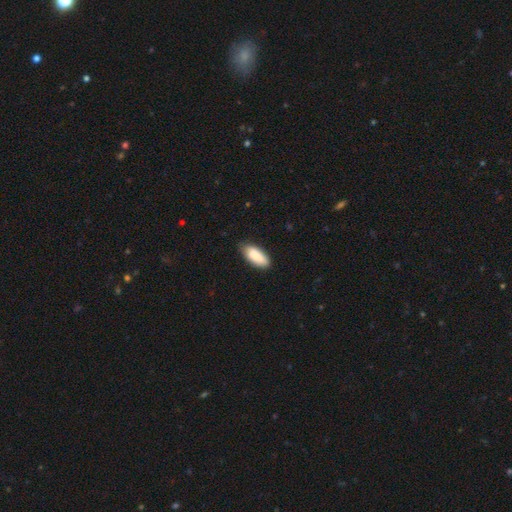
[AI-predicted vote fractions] smooth 88%, featured or disk 6%, star or artifact 6%. Down the decision tree: how rounded — in between (87%); merging — none (76%).